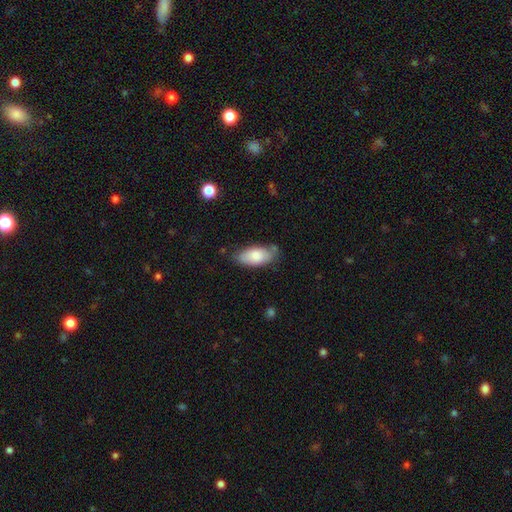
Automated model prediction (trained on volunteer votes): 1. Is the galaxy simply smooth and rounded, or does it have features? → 82% smooth, 12% featured or disk, 6% star or artifact.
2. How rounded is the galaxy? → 89% in between, 8% cigar-shaped, 2% round.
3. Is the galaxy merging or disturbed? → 70% none, 22% minor disturbance, 4% major disturbance, 3% merger.